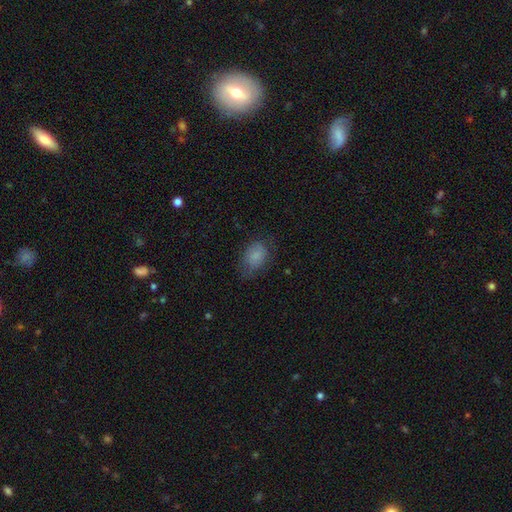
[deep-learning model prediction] smooth_or_featured: smooth (p=0.80) [alt: featured or disk p=0.11]
how_rounded: in between (p=0.78) [alt: round p=0.21]
merging: none (p=0.63) [alt: minor disturbance p=0.25]